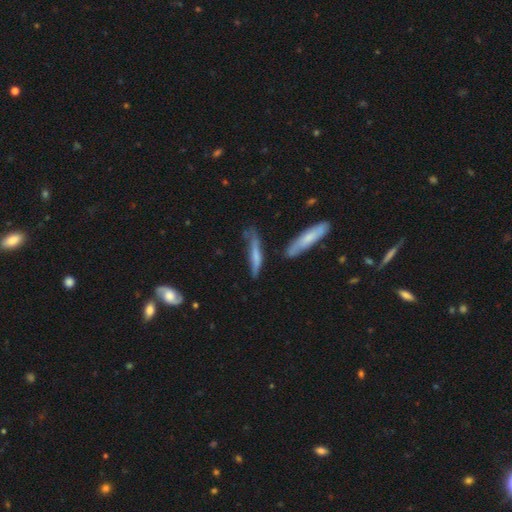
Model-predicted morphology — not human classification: smooth_or_featured: smooth (p=0.55) [alt: featured or disk p=0.37]
how_rounded: cigar-shaped (p=0.86) [alt: in between p=0.12]
merging: none (p=0.51) [alt: minor disturbance p=0.27]